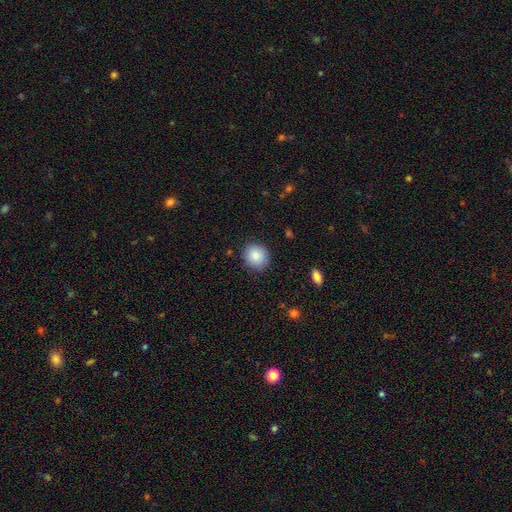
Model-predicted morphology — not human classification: smooth-or-featured: smooth: 87% | star or artifact: 8% | featured or disk: 6%
  how-rounded: round: 85% | in between: 14% | cigar-shaped: 1%
  merging: none: 87% | minor disturbance: 10% | major disturbance: 3% | merger: 1%